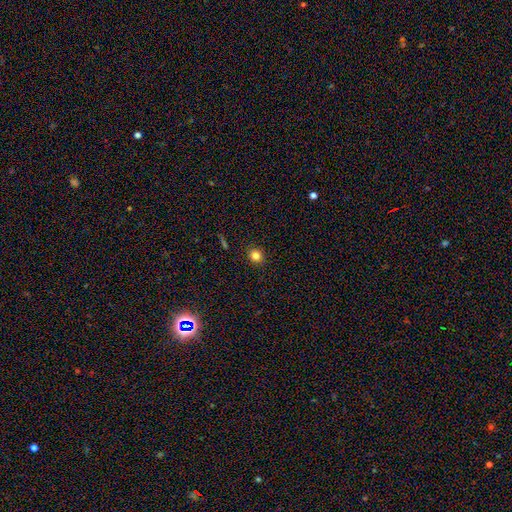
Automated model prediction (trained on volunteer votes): smooth-or-featured: smooth: 81% | star or artifact: 13% | featured or disk: 5%
  how-rounded: round: 83% | in between: 16% | cigar-shaped: 1%
  merging: none: 91% | minor disturbance: 6% | major disturbance: 2% | merger: 1%